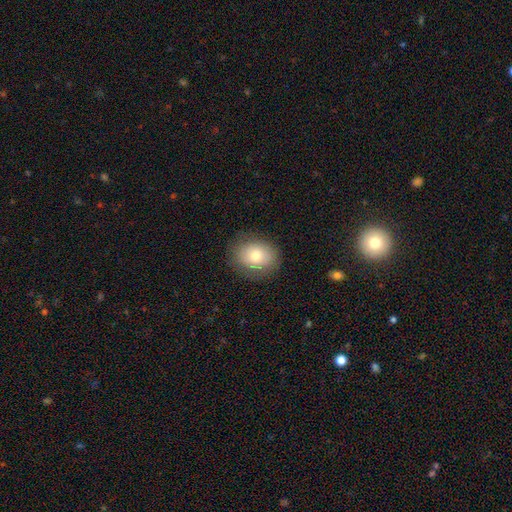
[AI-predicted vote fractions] smooth_or_featured: smooth (p=0.74) [alt: featured or disk p=0.16]
how_rounded: round (p=0.56) [alt: in between p=0.44]
merging: none (p=0.83) [alt: minor disturbance p=0.12]